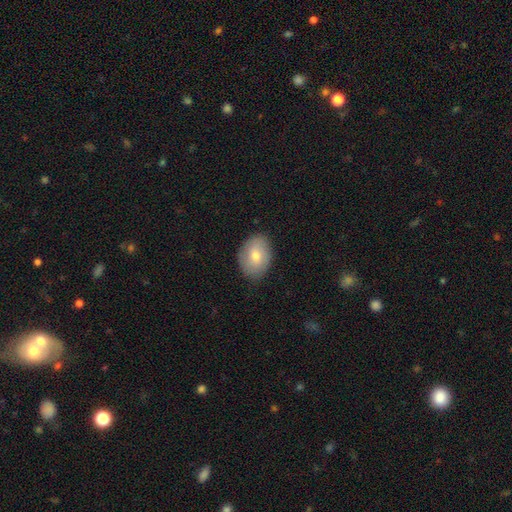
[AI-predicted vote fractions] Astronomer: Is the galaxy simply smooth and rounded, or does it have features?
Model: smooth — 70%.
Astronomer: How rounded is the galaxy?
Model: in between — 72%.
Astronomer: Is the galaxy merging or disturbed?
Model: none — 83%.